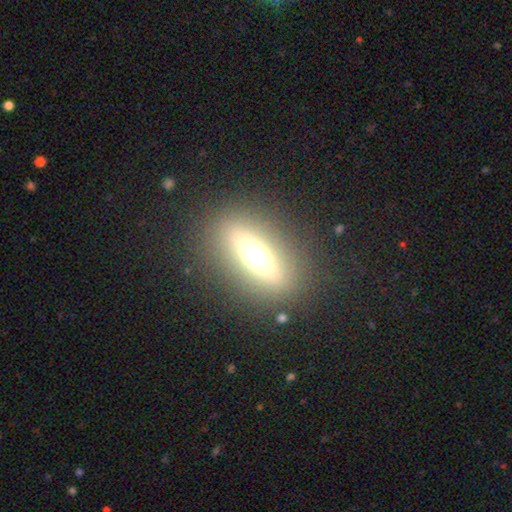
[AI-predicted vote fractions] Smooth or featured? Predicted: smooth (p=0.48). Merging? Predicted: none (p=0.85).